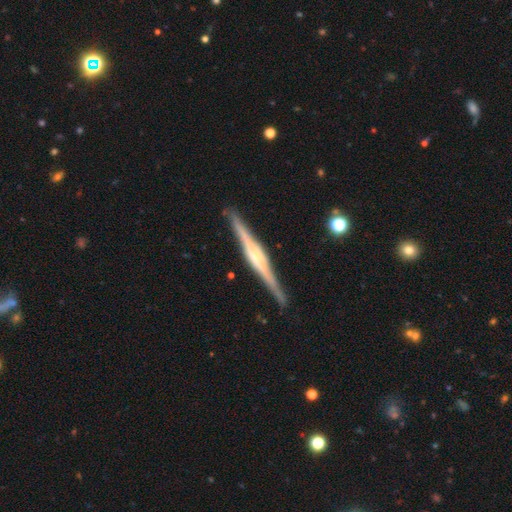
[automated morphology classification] Smooth or featured?
  - featured or disk: 85% *
  - smooth: 10%
  - star or artifact: 5%
Edge-on disk?
  - yes: 98% *
  - no: 2%
Edge-on bulge?
  - rounded: 54% *
  - boxy: 37%
  - none: 9%
Merging?
  - none: 91% *
  - minor disturbance: 7%
  - major disturbance: 1%
  - merger: 1%